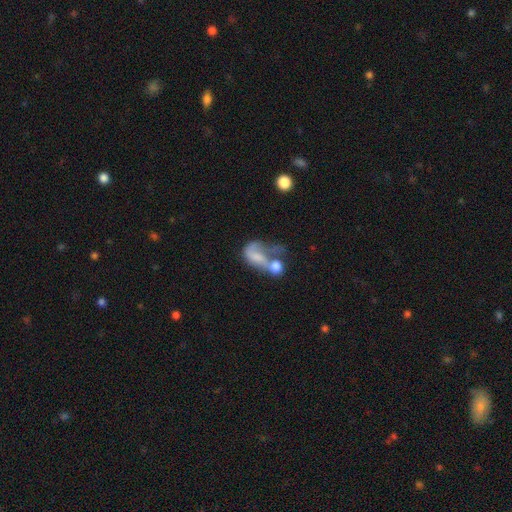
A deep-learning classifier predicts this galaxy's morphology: smooth_or_featured: smooth (p=0.52) [alt: featured or disk p=0.39]
how_rounded: in between (p=0.76) [alt: round p=0.19]
merging: merger (p=0.63) [alt: major disturbance p=0.22]